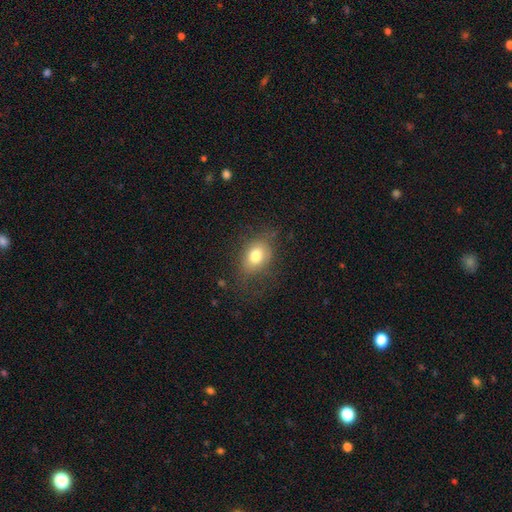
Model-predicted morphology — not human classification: Overall: smooth (76%). How rounded: in between (68%; round 30%). Merging: none (66%).